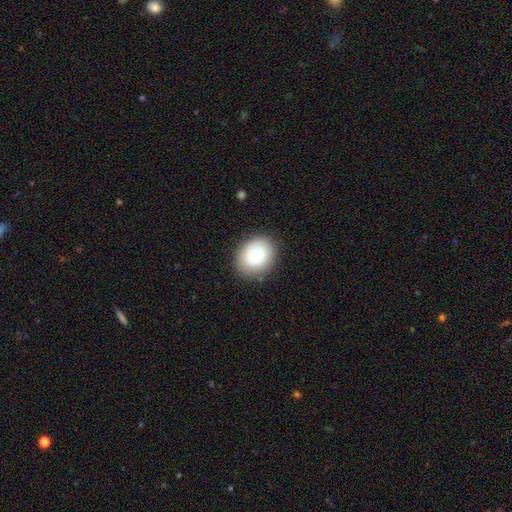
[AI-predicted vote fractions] Smooth or featured? Predicted: smooth (p=0.65). How rounded? Predicted: round (p=0.61). Merging? Predicted: none (p=0.84).